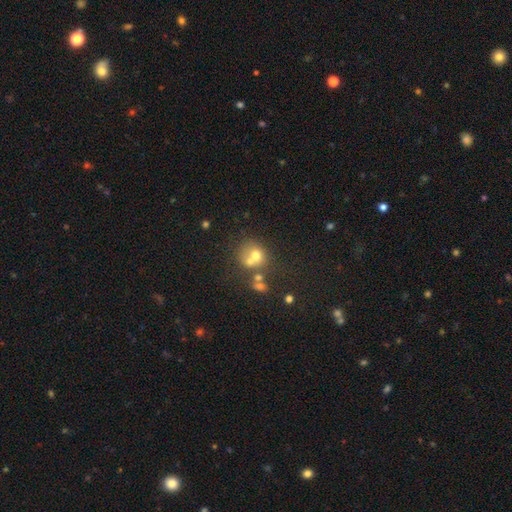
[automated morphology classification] Q: Smooth or featured?
A: smooth (61%); runner-up: featured or disk (23%)
Q: How rounded?
A: round (75%); runner-up: in between (25%)
Q: Merging?
A: merger (48%); runner-up: none (37%)